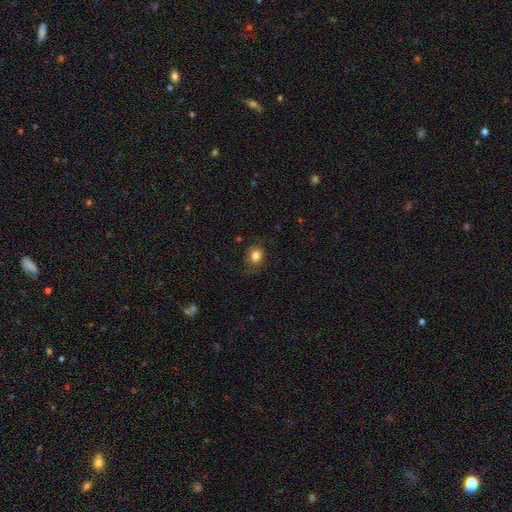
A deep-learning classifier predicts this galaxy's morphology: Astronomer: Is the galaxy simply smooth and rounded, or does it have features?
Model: smooth — 82%.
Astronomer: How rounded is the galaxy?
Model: round — 59% (runner-up: in between, 40%).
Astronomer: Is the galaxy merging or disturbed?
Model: none — 74%.